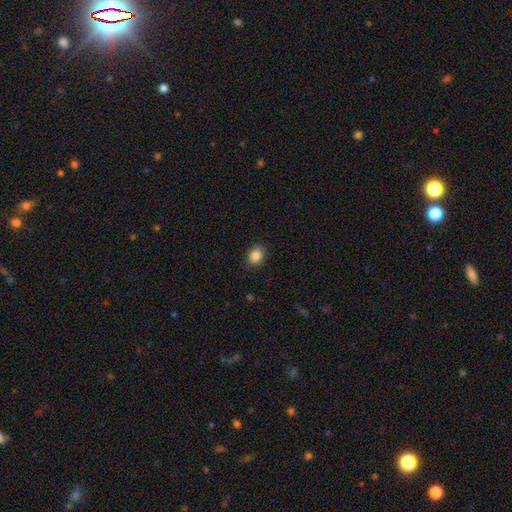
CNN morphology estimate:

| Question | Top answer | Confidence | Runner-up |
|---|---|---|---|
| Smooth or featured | smooth | 87% | star or artifact (9%) |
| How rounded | round | 54% | in between (45%) |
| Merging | none | 87% | minor disturbance (9%) |